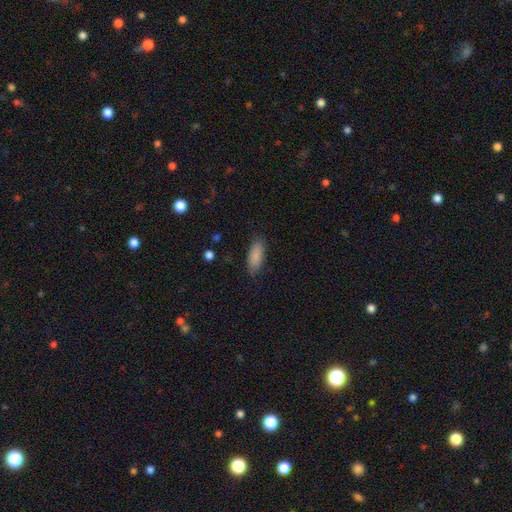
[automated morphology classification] A smooth galaxy with no disk features (88%) that is in between round and cigar-shaped (78%).

Vote fractions:
- Smooth or featured? smooth: 88% / star or artifact: 7% / featured or disk: 6%
- How rounded? in between: 78% / cigar-shaped: 20% / round: 2%
- Merging? none: 84% / minor disturbance: 12% / major disturbance: 3% / merger: 1%